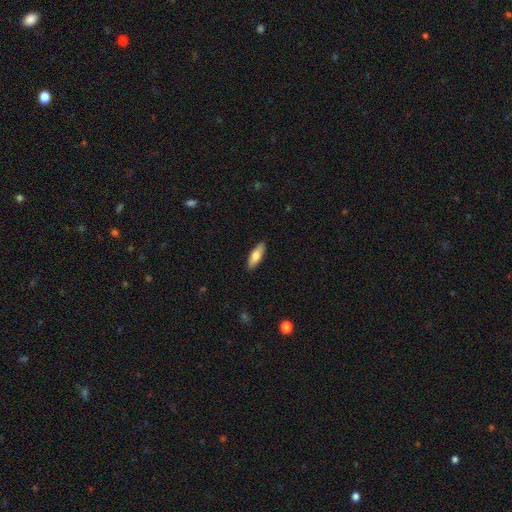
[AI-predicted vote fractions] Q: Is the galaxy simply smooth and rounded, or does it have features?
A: smooth — 73%.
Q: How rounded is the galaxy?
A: in between — 58%.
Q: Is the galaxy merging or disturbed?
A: none — 89%.